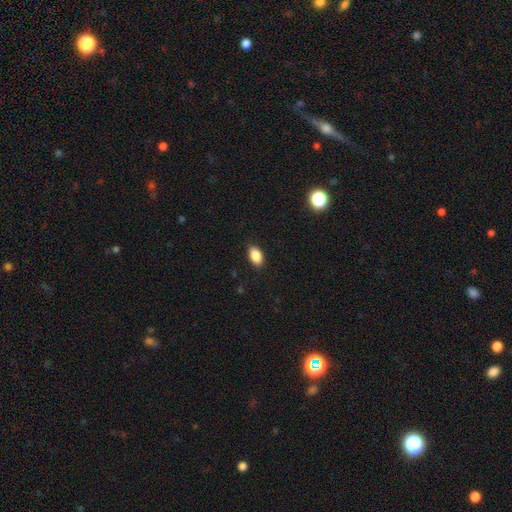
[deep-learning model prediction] Q: Smooth or featured?
A: smooth (88%); runner-up: star or artifact (8%)
Q: How rounded?
A: in between (92%); runner-up: round (6%)
Q: Merging?
A: none (88%); runner-up: minor disturbance (9%)